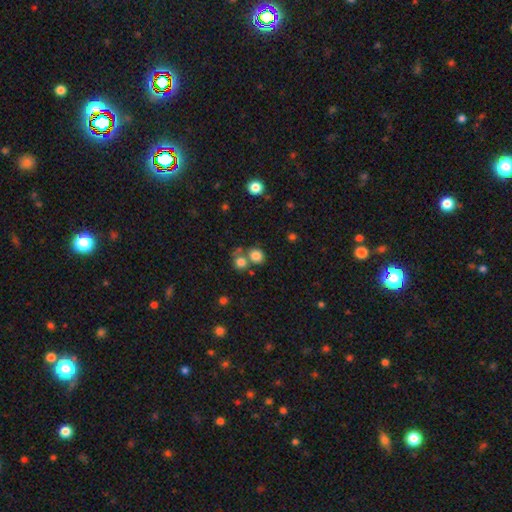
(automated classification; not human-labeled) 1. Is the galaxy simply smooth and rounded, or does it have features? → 80% smooth, 13% star or artifact, 7% featured or disk.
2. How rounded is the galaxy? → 81% round, 18% in between, 1% cigar-shaped.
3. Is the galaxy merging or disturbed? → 57% none, 30% merger, 9% minor disturbance, 4% major disturbance.